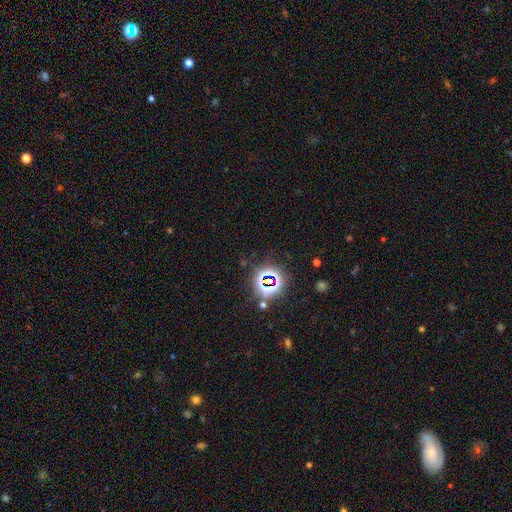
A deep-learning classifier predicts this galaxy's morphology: star or artifact 78%, smooth 14%, featured or disk 7%.